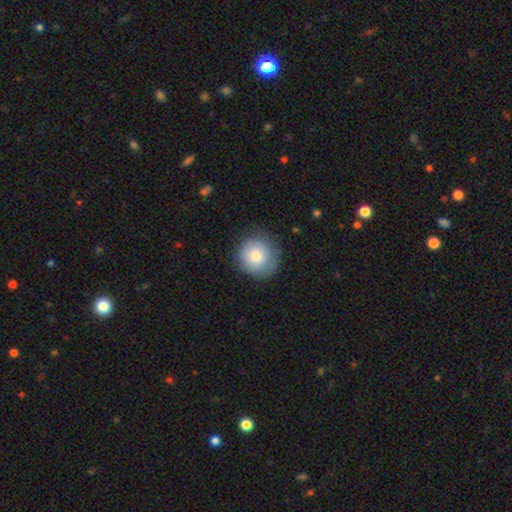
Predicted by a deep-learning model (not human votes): A smooth galaxy with no disk features (79%) that is round (92%).

Vote fractions:
- Smooth or featured? smooth: 79% / featured or disk: 13% / star or artifact: 8%
- How rounded? round: 92% / in between: 7% / cigar-shaped: 1%
- Merging? none: 79% / minor disturbance: 16% / major disturbance: 4% / merger: 1%